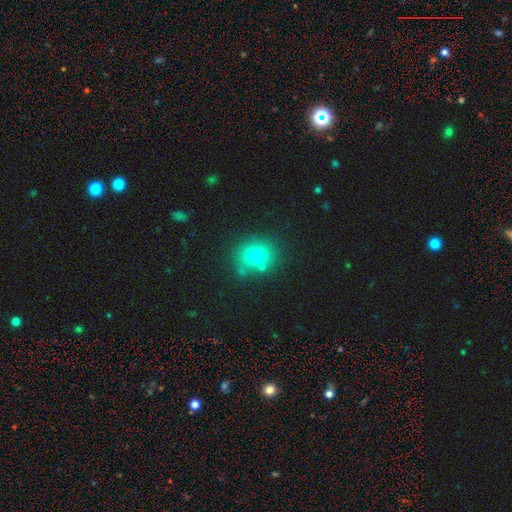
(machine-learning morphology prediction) smooth_or_featured: smooth (p=0.73) [alt: star or artifact p=0.15]
how_rounded: round (p=0.74) [alt: in between p=0.25]
merging: none (p=0.69) [alt: merger p=0.14]